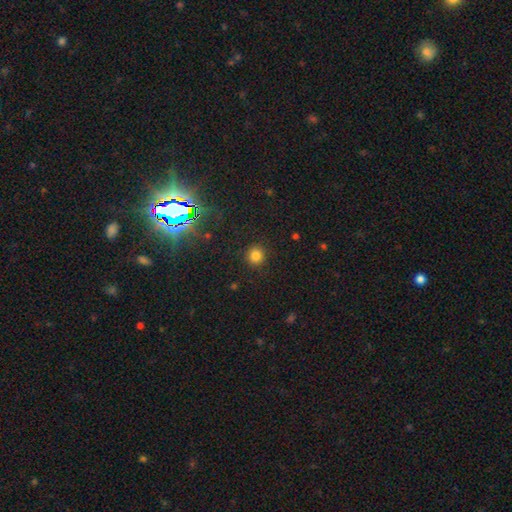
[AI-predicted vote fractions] A smooth galaxy with no disk features (80%) that is round (92%).

Vote fractions:
- Smooth or featured? smooth: 80% / star or artifact: 15% / featured or disk: 5%
- How rounded? round: 92% / in between: 7% / cigar-shaped: 1%
- Merging? none: 90% / minor disturbance: 6% / major disturbance: 3% / merger: 1%